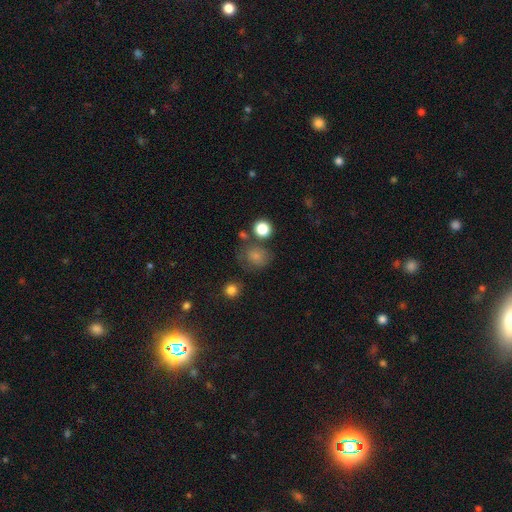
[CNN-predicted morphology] Smooth or featured? Predicted: smooth (p=0.76). How rounded? Predicted: round (p=0.67). Merging? Predicted: none (p=0.62).